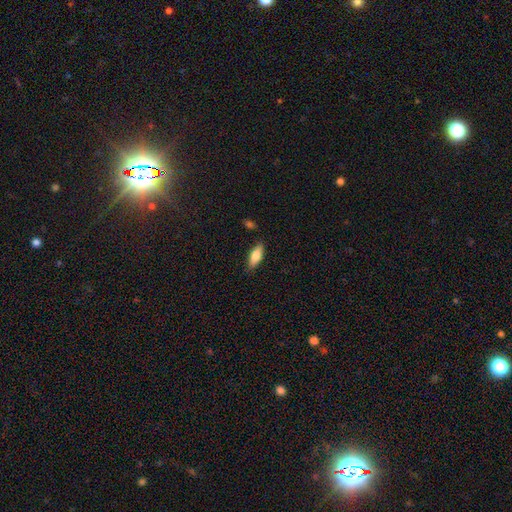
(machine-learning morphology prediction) smooth-or-featured: smooth: 74% | featured or disk: 20% | star or artifact: 6%
  how-rounded: in between: 70% | cigar-shaped: 28% | round: 2%
  merging: none: 84% | minor disturbance: 12% | major disturbance: 2% | merger: 2%